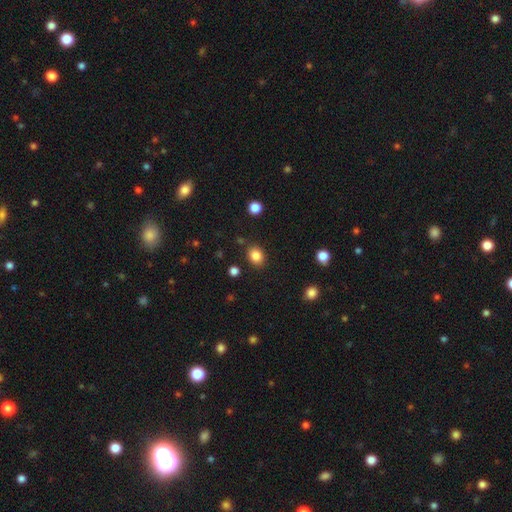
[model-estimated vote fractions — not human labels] The model was most divided on "how rounded": round: 52%, in between: 47%, cigar-shaped: 1%. More confident: merging — none (86%); smooth or featured — smooth (84%).